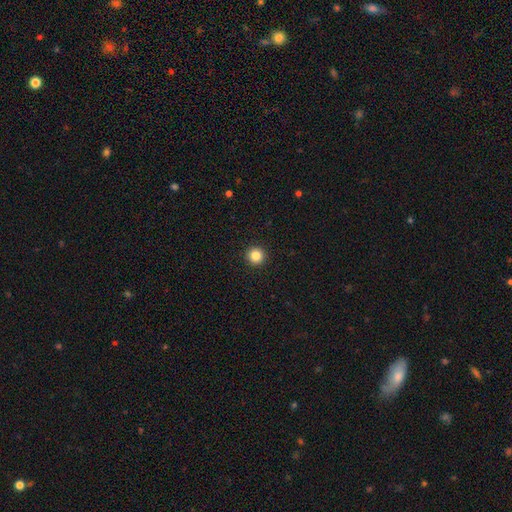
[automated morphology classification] smooth_or_featured: smooth (p=0.84) [alt: star or artifact p=0.11]
how_rounded: round (p=0.96) [alt: in between p=0.03]
merging: none (p=0.94) [alt: minor disturbance p=0.04]